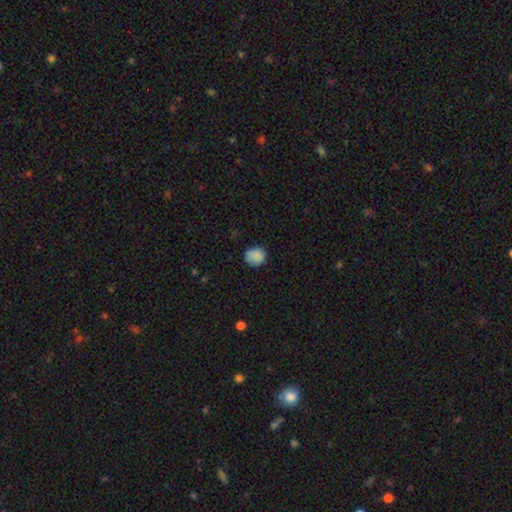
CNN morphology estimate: This appears to be a smooth galaxy with no disk features (86%) that is round (75%). Merging: none (74%).